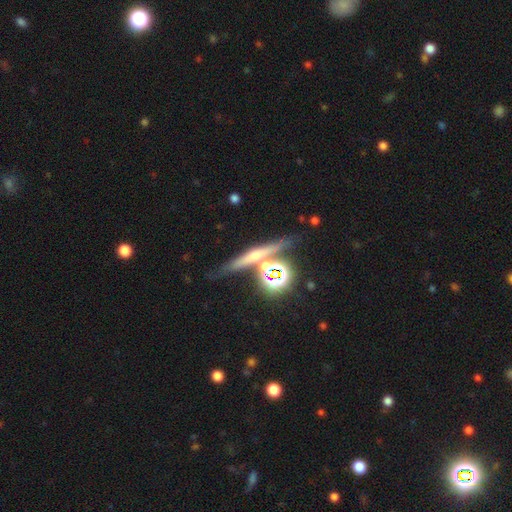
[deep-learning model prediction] A featured or disk galaxy (41%). Merging: none (69%).